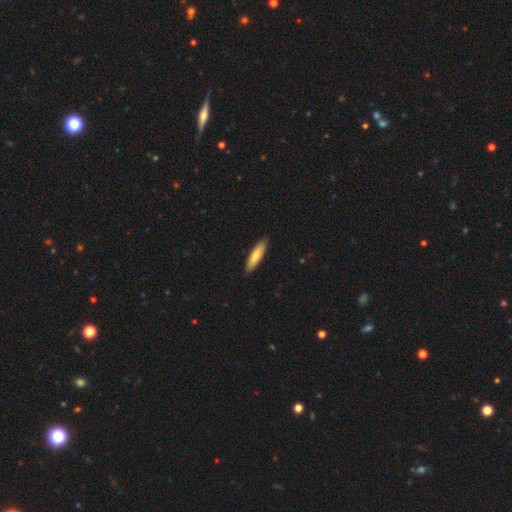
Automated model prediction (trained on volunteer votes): This appears to be a smooth galaxy with no disk features (74%) that is cigar-shaped (70%). Merging: none (89%).